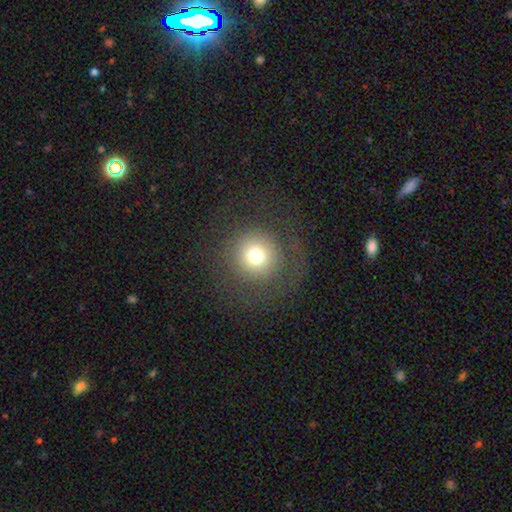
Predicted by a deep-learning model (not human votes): Q: Smooth or featured?
A: smooth (69%); runner-up: featured or disk (16%)
Q: How rounded?
A: round (94%); runner-up: in between (5%)
Q: Merging?
A: none (77%); runner-up: major disturbance (12%)